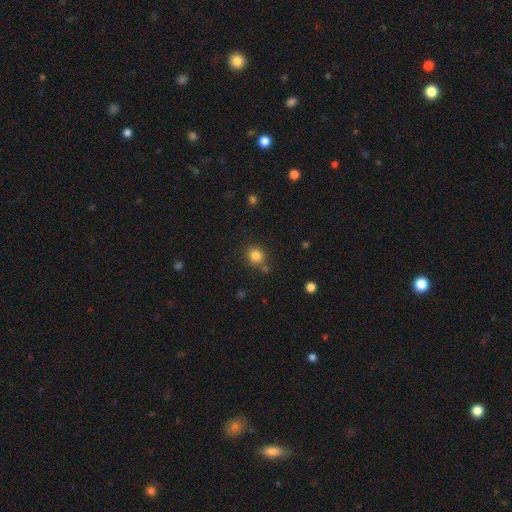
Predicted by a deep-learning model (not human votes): A smooth galaxy with no disk features (83%) that is round (86%).

Vote fractions:
- Smooth or featured? smooth: 83% / star or artifact: 12% / featured or disk: 5%
- How rounded? round: 86% / in between: 13% / cigar-shaped: 1%
- Merging? none: 78% / minor disturbance: 10% / merger: 9% / major disturbance: 3%